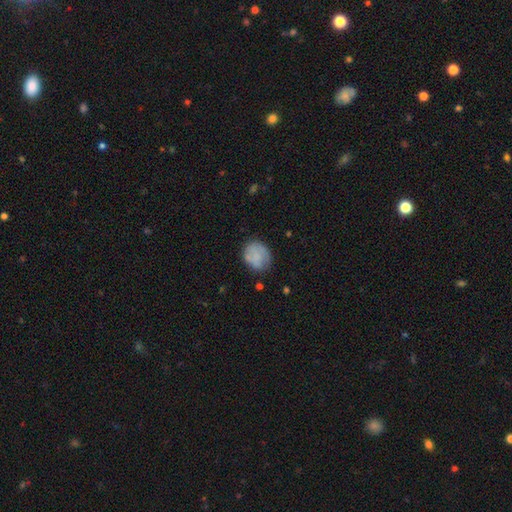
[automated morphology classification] Q: Smooth or featured?
A: smooth (71%); runner-up: featured or disk (21%)
Q: How rounded?
A: round (63%); runner-up: in between (36%)
Q: Merging?
A: none (64%); runner-up: minor disturbance (24%)